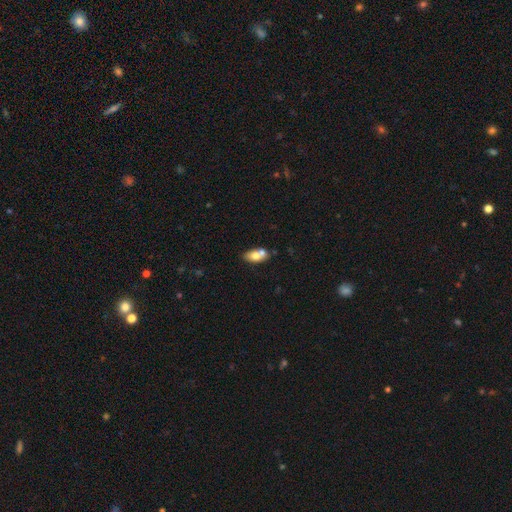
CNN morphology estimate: Smooth or featured: smooth — 71% (featured or disk — 22%)
How rounded: in between — 86% (round — 8%)
Merging: none — 46% (merger — 38%)